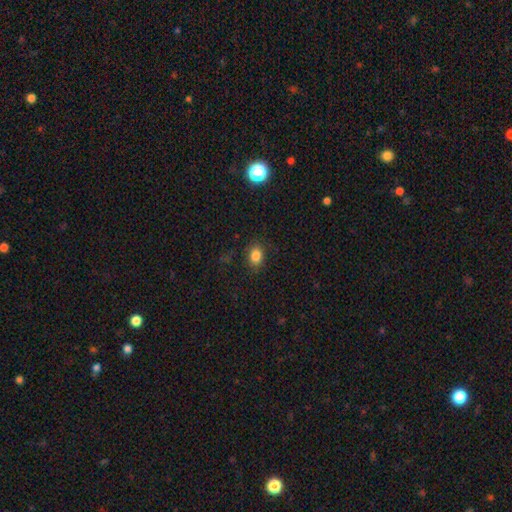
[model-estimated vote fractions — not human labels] Smooth or featured?
  - smooth: 83% *
  - star or artifact: 12%
  - featured or disk: 5%
How rounded?
  - in between: 63% *
  - round: 35%
  - cigar-shaped: 1%
Merging?
  - none: 83% *
  - minor disturbance: 12%
  - major disturbance: 4%
  - merger: 1%